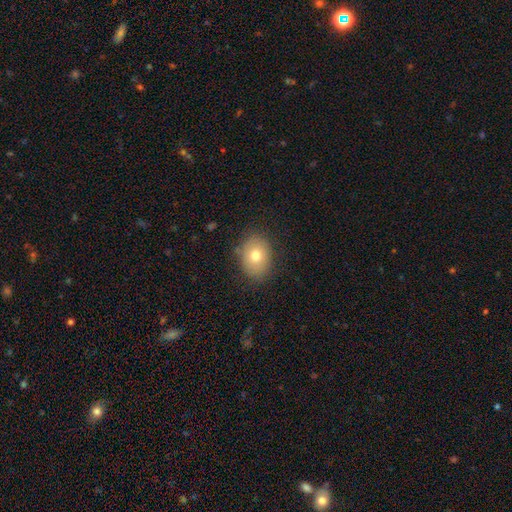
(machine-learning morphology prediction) The model was most divided on "how rounded": in between: 59%, round: 40%, cigar-shaped: 1%. More confident: merging — none (79%); smooth or featured — smooth (74%).